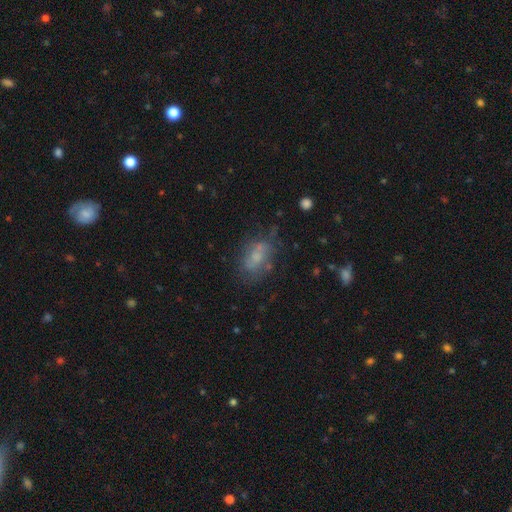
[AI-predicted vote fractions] This is possibly a smooth galaxy (58%). How rounded: clearly in between (84%). Merging: possibly none (55%).